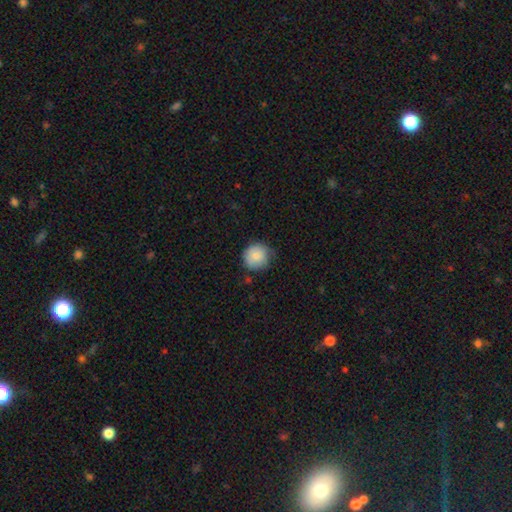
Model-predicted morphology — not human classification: Smooth or featured: smooth — 84% (featured or disk — 9%)
How rounded: round — 93% (in between — 6%)
Merging: none — 67% (minor disturbance — 27%)